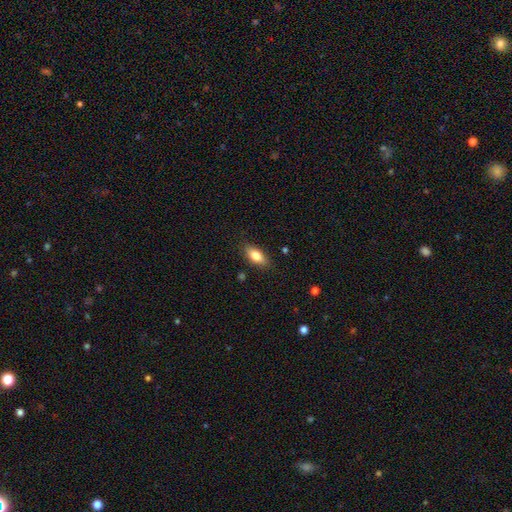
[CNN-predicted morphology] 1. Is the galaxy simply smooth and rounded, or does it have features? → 80% smooth, 13% featured or disk, 7% star or artifact.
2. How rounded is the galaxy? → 86% in between, 11% cigar-shaped, 4% round.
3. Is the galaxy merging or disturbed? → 84% none, 12% minor disturbance, 3% major disturbance, 1% merger.